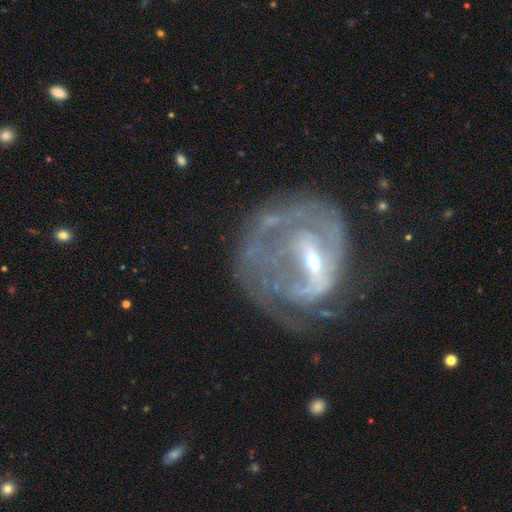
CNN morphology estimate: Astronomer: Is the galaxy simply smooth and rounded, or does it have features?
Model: featured or disk — 78%.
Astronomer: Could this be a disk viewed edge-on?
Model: no — 96%.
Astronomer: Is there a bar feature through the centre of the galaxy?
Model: weak — 40% (runner-up: no, 34%).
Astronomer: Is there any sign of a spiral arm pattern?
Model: yes — 66%.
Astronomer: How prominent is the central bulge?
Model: small — 64%.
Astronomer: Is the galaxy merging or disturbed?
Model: major disturbance — 38% (runner-up: none, 36%).